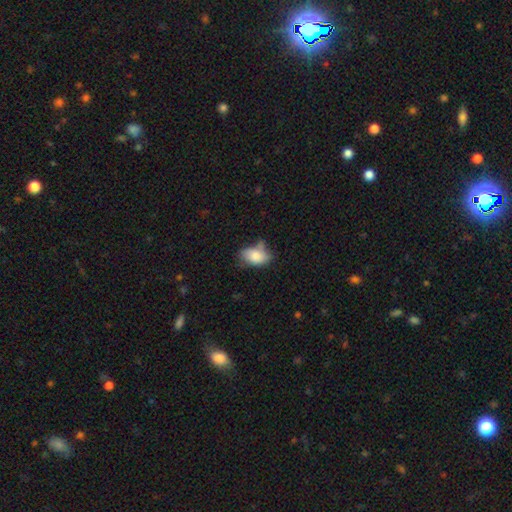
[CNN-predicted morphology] Smooth or featured? smooth (80%)
How rounded? in between (90%)
Merging? none (47%)